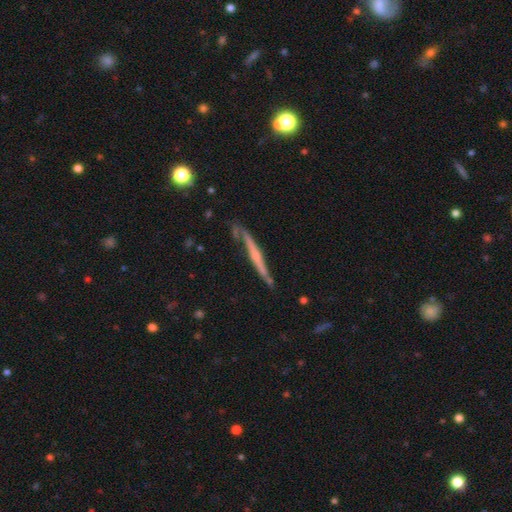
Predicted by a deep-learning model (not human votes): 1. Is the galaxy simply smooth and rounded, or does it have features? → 67% featured or disk, 27% smooth, 7% star or artifact.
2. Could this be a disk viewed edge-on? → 93% yes, 7% no.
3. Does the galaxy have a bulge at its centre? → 47% none, 42% rounded, 11% boxy.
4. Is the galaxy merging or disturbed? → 69% none, 21% minor disturbance, 6% major disturbance, 5% merger.